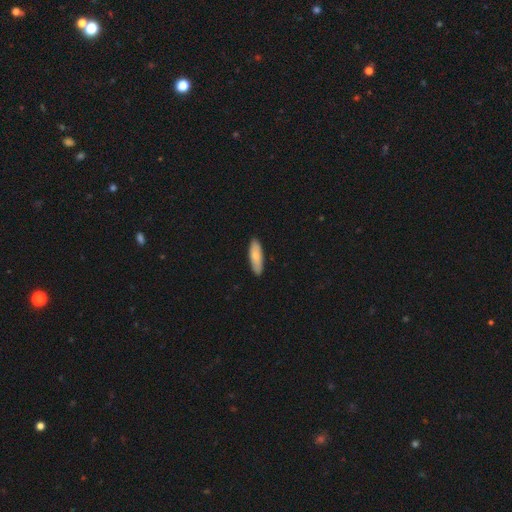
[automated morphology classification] Smooth or featured: smooth — 73% (featured or disk — 21%)
How rounded: in between — 58% (cigar-shaped — 40%)
Merging: none — 88% (minor disturbance — 9%)